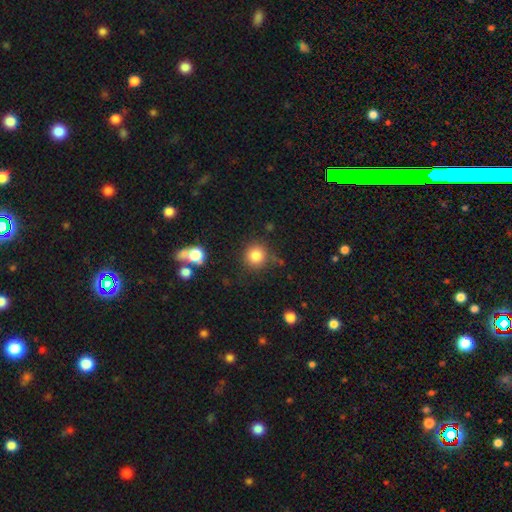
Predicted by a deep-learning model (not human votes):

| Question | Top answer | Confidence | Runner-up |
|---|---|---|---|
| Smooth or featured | smooth | 84% | star or artifact (11%) |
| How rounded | round | 93% | in between (6%) |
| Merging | none | 82% | minor disturbance (10%) |